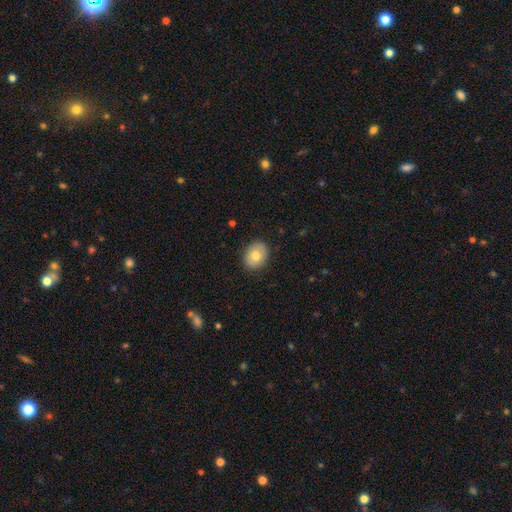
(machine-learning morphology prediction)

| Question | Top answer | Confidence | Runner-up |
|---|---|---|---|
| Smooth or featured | smooth | 76% | featured or disk (16%) |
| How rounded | in between | 58% | round (41%) |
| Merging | none | 88% | minor disturbance (9%) |